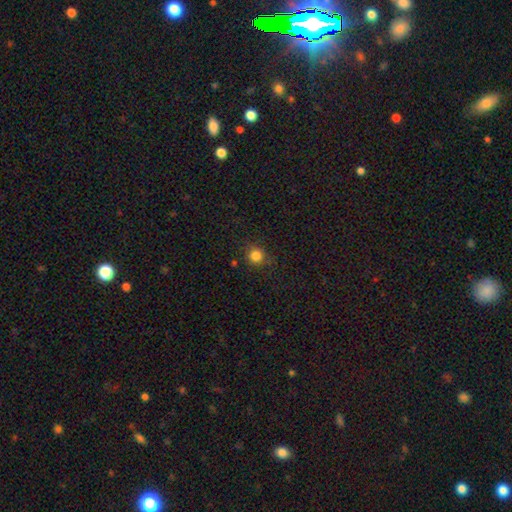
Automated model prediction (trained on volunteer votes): Smooth or featured? smooth (83%)
How rounded? round (93%)
Merging? none (86%)